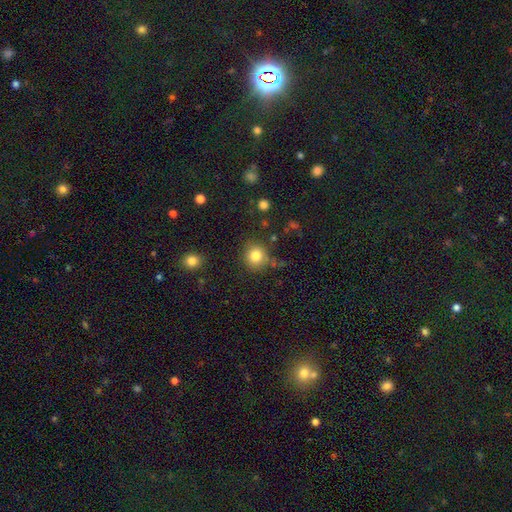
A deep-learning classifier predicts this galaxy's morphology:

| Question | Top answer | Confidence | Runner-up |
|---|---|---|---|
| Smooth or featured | smooth | 82% | star or artifact (12%) |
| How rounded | round | 89% | in between (10%) |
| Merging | none | 79% | minor disturbance (11%) |